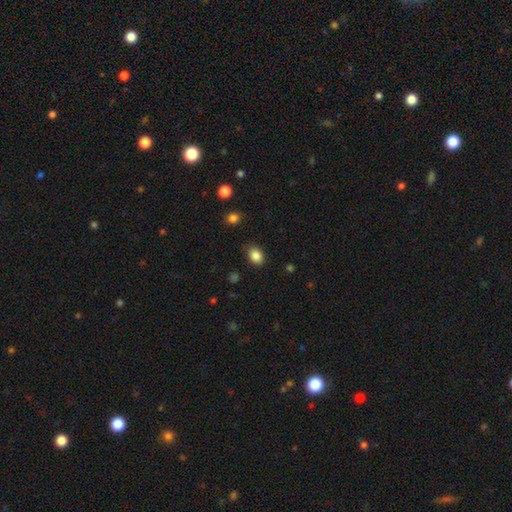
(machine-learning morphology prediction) This appears to be a smooth galaxy with no disk features (86%) that is in between round and cigar-shaped (67%). Merging: none (82%).